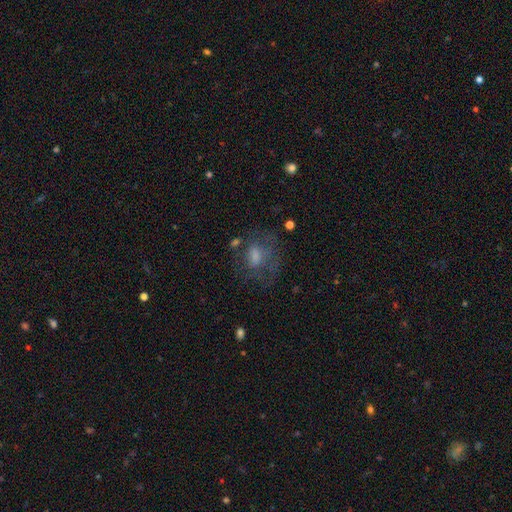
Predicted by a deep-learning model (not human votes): Smooth or featured?
  - smooth: 42% *
  - featured or disk: 39%
  - star or artifact: 19%
Merging?
  - none: 55% *
  - major disturbance: 23%
  - minor disturbance: 19%
  - merger: 3%